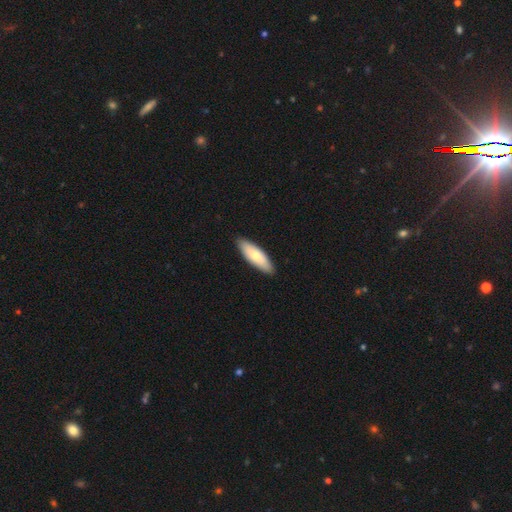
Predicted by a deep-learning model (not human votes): A smooth galaxy with no disk features (71%) that is in between round and cigar-shaped (56%). Merging: none (89%).